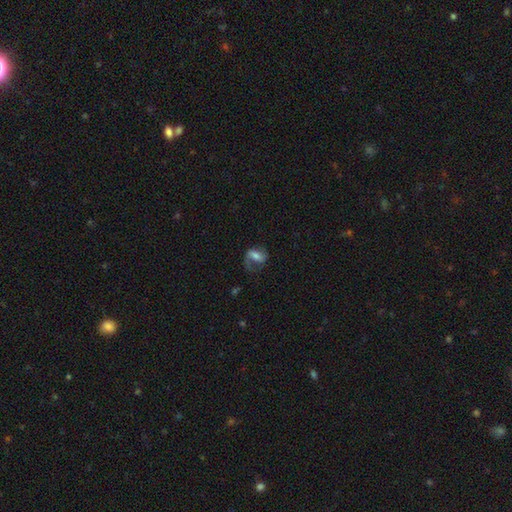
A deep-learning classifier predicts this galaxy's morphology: This is possibly a featured or disk galaxy (57%). It is clearly not viewed edge-on (96%). Bar: marginally weak (40%). Spiral arm pattern: clearly yes (84%). Central bulge: possibly moderate (52%). Merging: possibly none (48%).